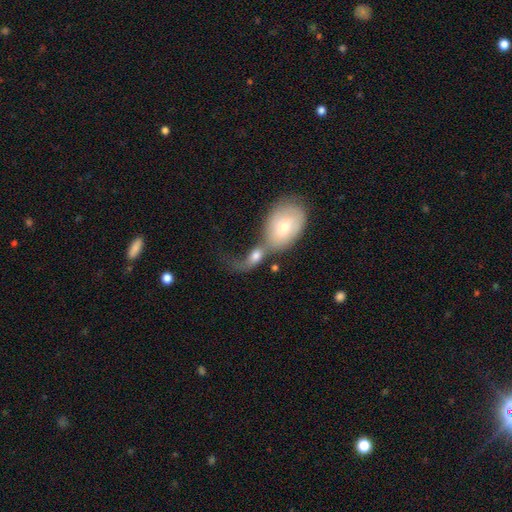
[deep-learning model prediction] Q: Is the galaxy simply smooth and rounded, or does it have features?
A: smooth — 60%.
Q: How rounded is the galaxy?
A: in between — 79%.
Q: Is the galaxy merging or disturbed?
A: merger — 65%.